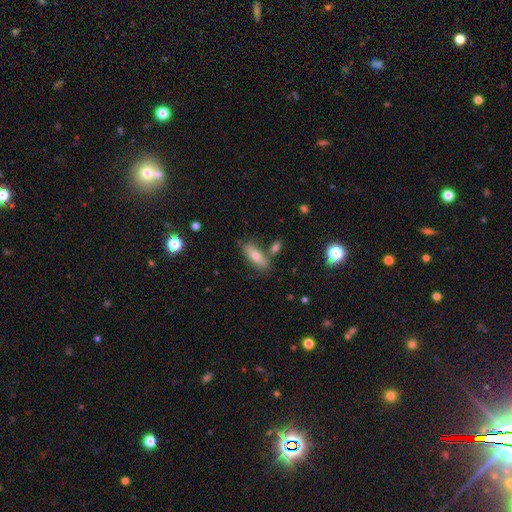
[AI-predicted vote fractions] Q: Smooth or featured?
A: smooth (68%); runner-up: featured or disk (23%)
Q: How rounded?
A: in between (53%); runner-up: cigar-shaped (44%)
Q: Merging?
A: none (72%); runner-up: minor disturbance (12%)